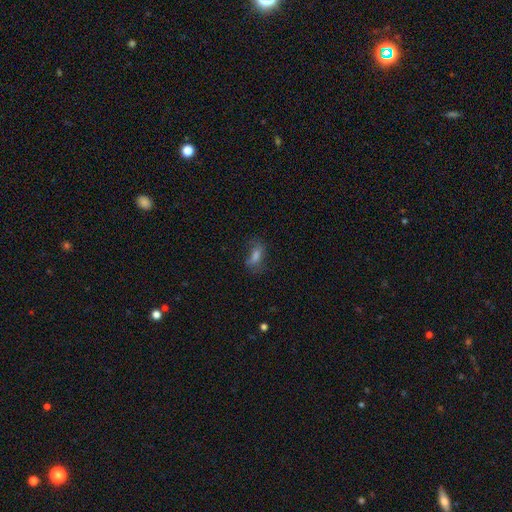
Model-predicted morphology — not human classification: Smooth or featured: smooth — 55% (featured or disk — 25%)
How rounded: in between — 74% (cigar-shaped — 16%)
Merging: none — 63% (minor disturbance — 21%)